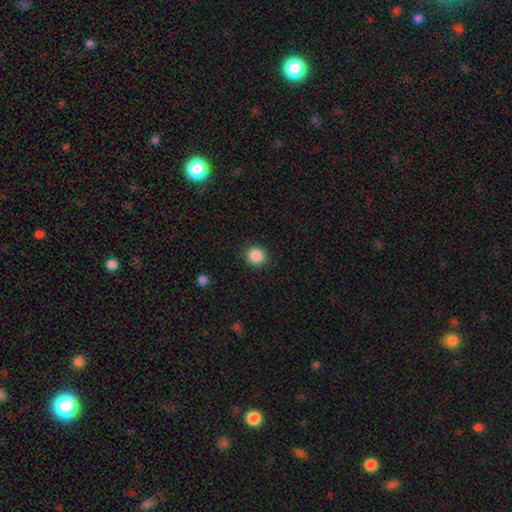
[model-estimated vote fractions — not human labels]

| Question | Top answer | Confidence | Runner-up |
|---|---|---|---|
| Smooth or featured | smooth | 88% | star or artifact (9%) |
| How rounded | round | 87% | in between (12%) |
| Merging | none | 91% | minor disturbance (6%) |